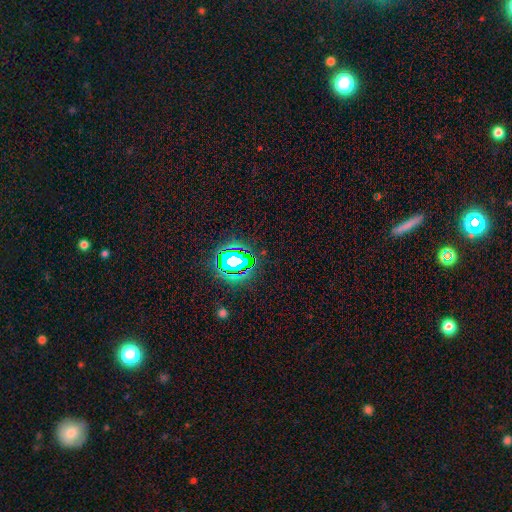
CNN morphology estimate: Q: Smooth or featured?
A: star or artifact (75%); runner-up: smooth (17%)